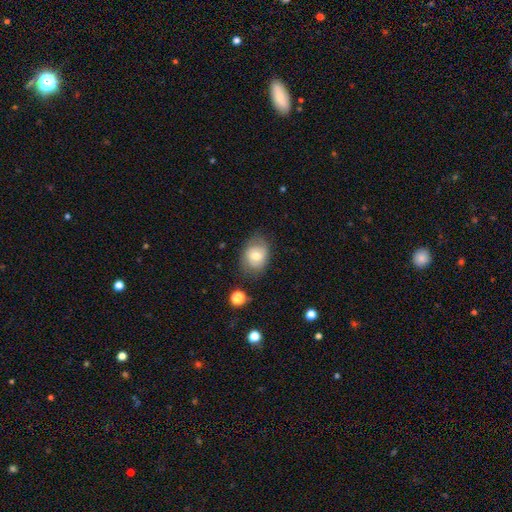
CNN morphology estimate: Smooth or featured? smooth (62%)
How rounded? in between (59%)
Merging? none (68%)